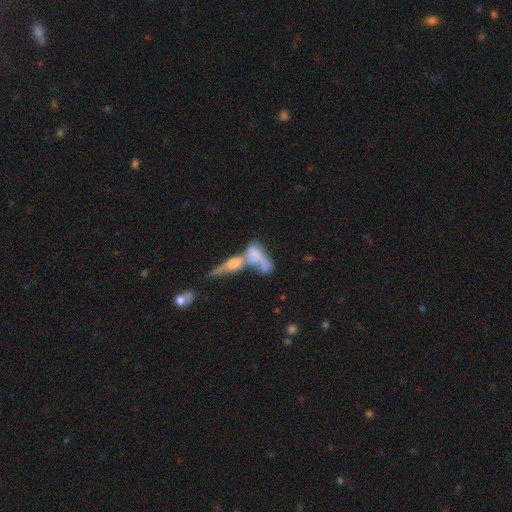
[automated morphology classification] Smooth or featured?
  - smooth: 52% *
  - featured or disk: 38%
  - star or artifact: 10%
How rounded?
  - in between: 65% *
  - cigar-shaped: 29%
  - round: 7%
Merging?
  - merger: 67% *
  - none: 15%
  - major disturbance: 9%
  - minor disturbance: 8%